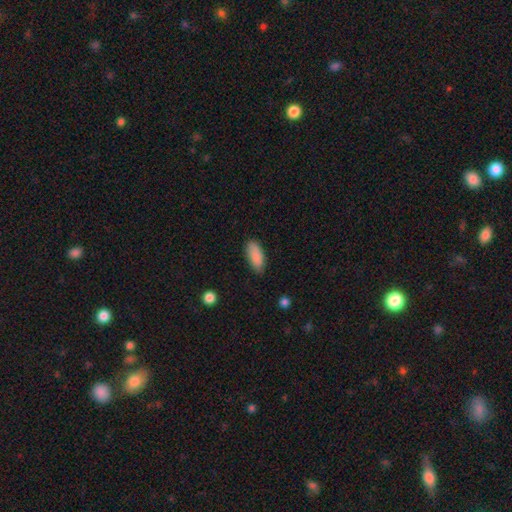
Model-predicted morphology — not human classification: Smooth or featured: smooth — 89% (star or artifact — 6%)
How rounded: in between — 84% (cigar-shaped — 14%)
Merging: none — 81% (minor disturbance — 15%)